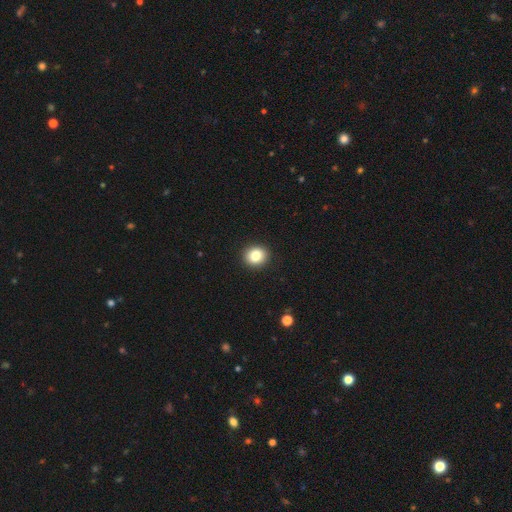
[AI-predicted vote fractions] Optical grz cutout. It shows a smooth galaxy with no disk features (84%) that is round (79%). Merging: none (92%).